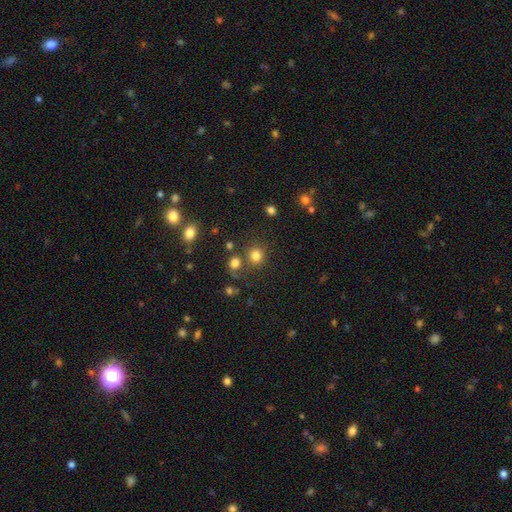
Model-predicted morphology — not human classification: type=smooth (80%); roundness=round (87%); merging=none (72%).